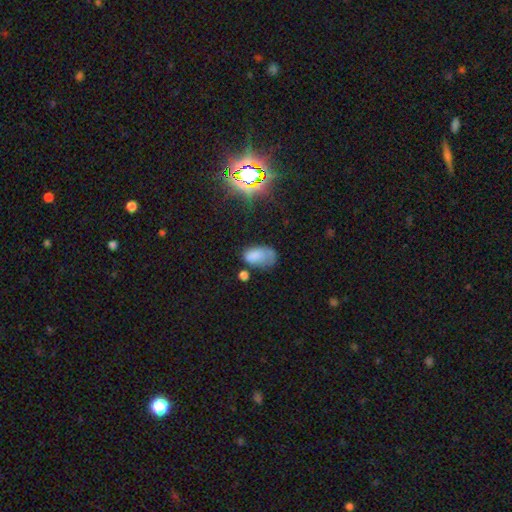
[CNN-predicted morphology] type=smooth (71%); roundness=in between (91%); merging=none (35%).